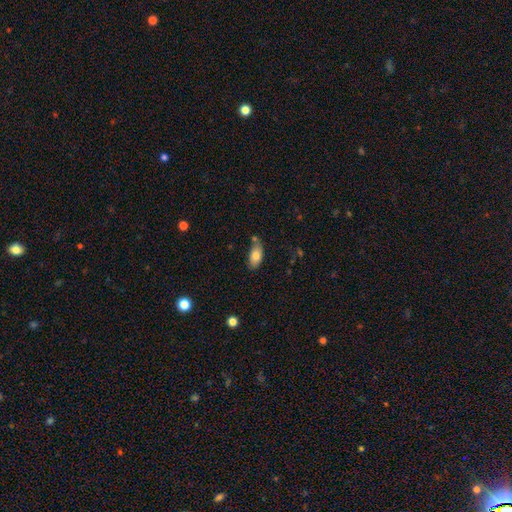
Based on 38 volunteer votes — smooth_or_featured: smooth (p=0.76) [alt: featured or disk p=0.18]
how_rounded: in between (p=0.93) [alt: cigar-shaped p=0.07]
merging: minor disturbance (p=0.39) [alt: none p=0.33]